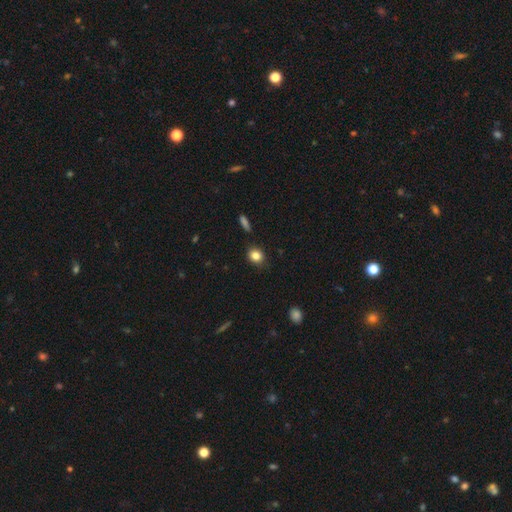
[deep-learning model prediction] smooth_or_featured: smooth (p=0.84) [alt: star or artifact p=0.10]
how_rounded: round (p=0.68) [alt: in between p=0.31]
merging: none (p=0.86) [alt: minor disturbance p=0.11]